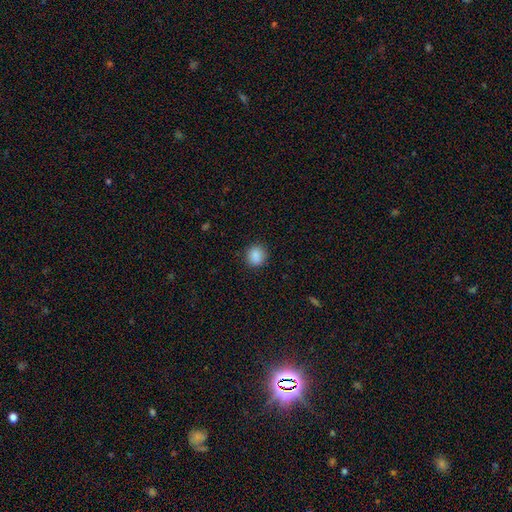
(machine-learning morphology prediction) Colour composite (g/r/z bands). It shows a smooth galaxy with no disk features (88%) that is round (84%). Merging: none (89%).